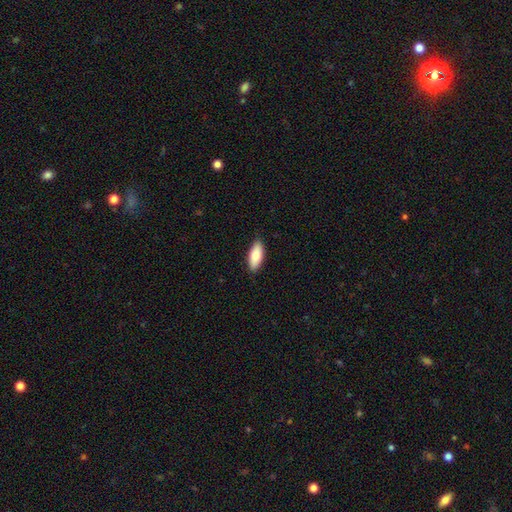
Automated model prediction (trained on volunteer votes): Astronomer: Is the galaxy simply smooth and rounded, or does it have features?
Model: smooth — 80%.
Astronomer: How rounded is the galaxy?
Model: in between — 82%.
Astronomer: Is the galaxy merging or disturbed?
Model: none — 88%.